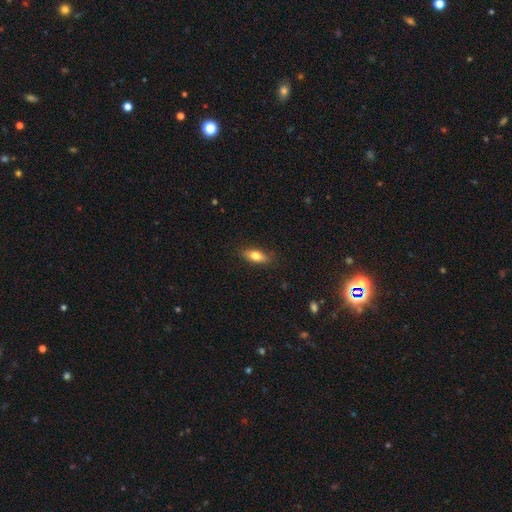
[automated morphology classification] Smooth or featured: smooth — 74% (featured or disk — 19%)
How rounded: in between — 72% (cigar-shaped — 24%)
Merging: none — 84% (minor disturbance — 12%)